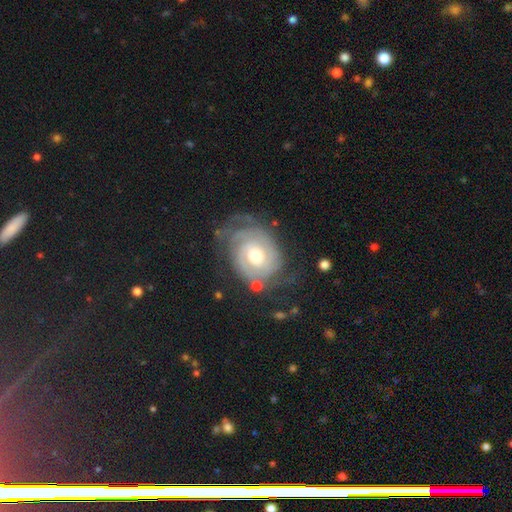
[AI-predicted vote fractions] smooth_or_featured: featured or disk (p=0.86) [alt: smooth p=0.09]
disk_edge_on: no (p=0.97) [alt: yes p=0.03]
bar: no (p=0.69) [alt: weak p=0.26]
has_spiral_arms: yes (p=0.95) [alt: no p=0.05]
spiral_winding: tight (p=0.74) [alt: medium p=0.21]
spiral_arm_count: 2 (p=0.46) [alt: can't tell p=0.24]
bulge_size: moderate (p=0.72) [alt: small p=0.16]
merging: none (p=0.66) [alt: minor disturbance p=0.20]